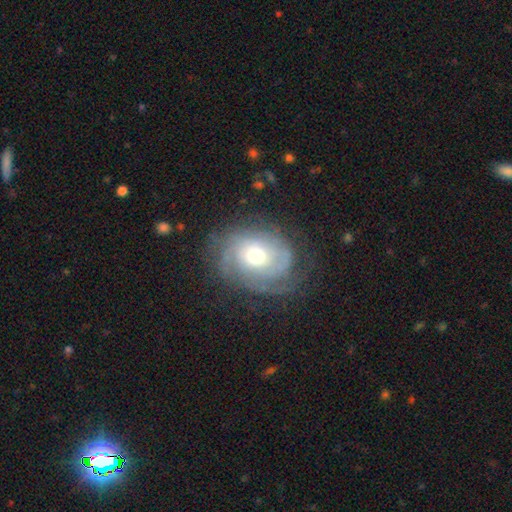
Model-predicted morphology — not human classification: This appears to be a featured or disk galaxy (75%) with no bar (79%), tight (64%) spiral arms (89%) and a moderate central bulge (64%). Merging: none (69%).